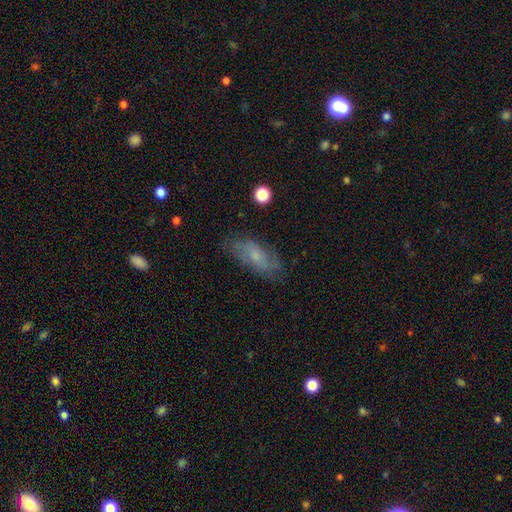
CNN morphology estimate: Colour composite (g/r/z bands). It shows a smooth galaxy with no disk features (47%). Merging: none (72%).